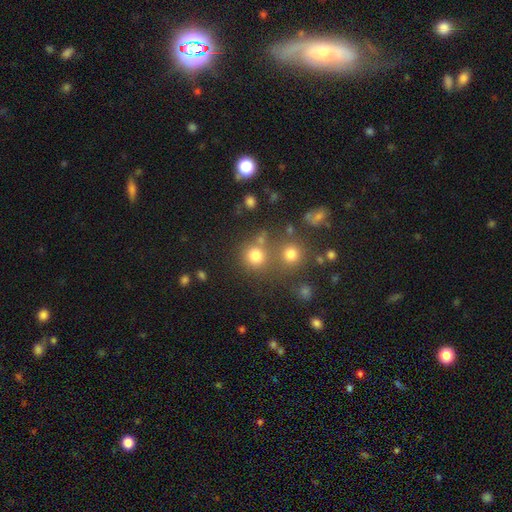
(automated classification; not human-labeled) This is likely a smooth galaxy (78%). How rounded: clearly round (89%). Merging: likely none (65%).